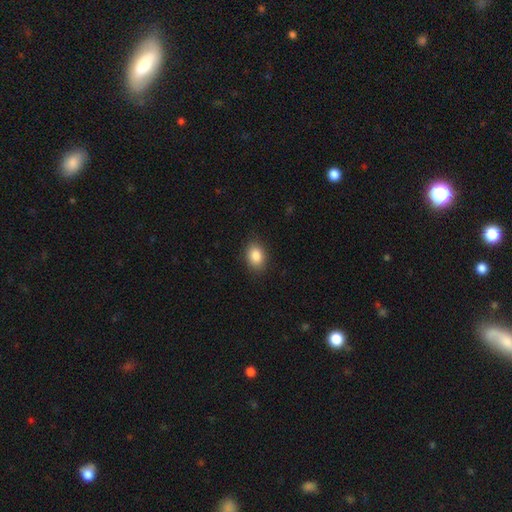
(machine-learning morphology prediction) Smooth or featured: smooth — 87% (star or artifact — 8%)
How rounded: in between — 72% (round — 27%)
Merging: none — 86% (minor disturbance — 11%)